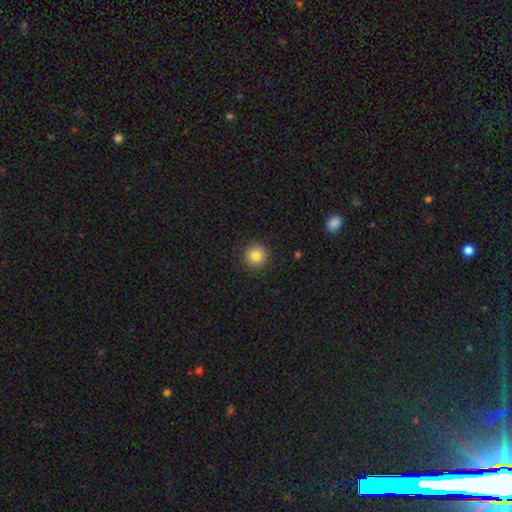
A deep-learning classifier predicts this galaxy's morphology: Overall: smooth (83%). How rounded: round (94%). Merging: none (91%).